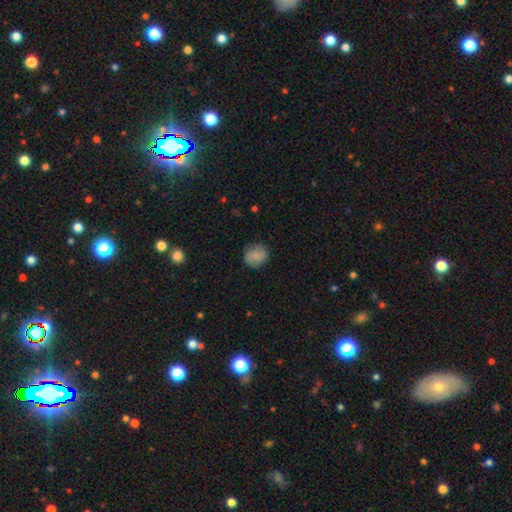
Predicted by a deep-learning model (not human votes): This appears to be a smooth galaxy with no disk features (82%) that is round (86%). Merging: none (84%).